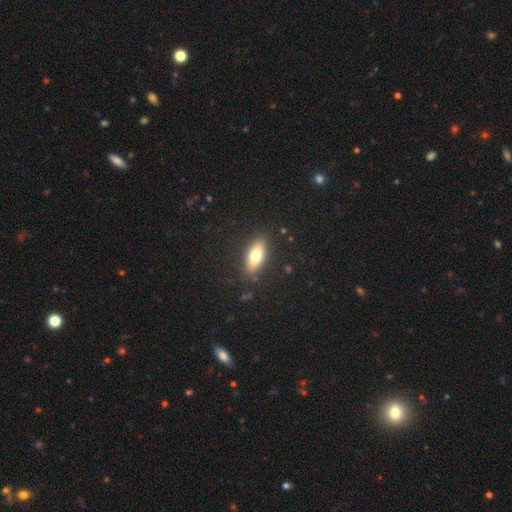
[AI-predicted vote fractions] This is likely a smooth galaxy (73%). How rounded: clearly in between (80%). Merging: clearly none (86%).